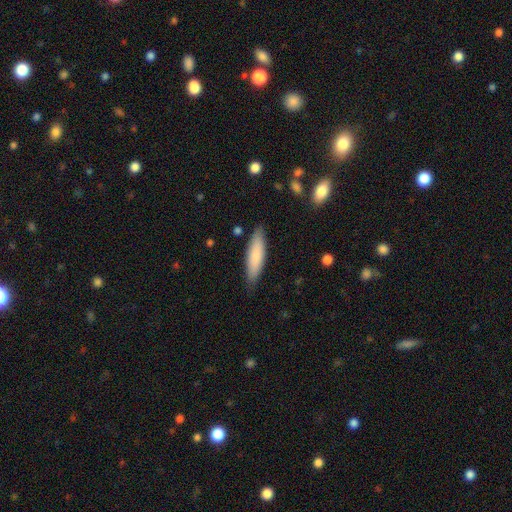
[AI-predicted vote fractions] A smooth galaxy with no disk features (81%) that is cigar-shaped (64%). Merging: none (85%).